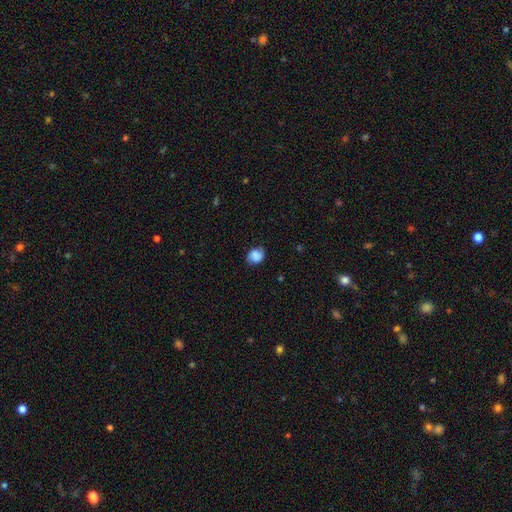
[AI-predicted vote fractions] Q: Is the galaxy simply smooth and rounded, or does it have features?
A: smooth — 71%.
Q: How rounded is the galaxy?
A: round — 58%.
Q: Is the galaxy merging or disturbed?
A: none — 71%.